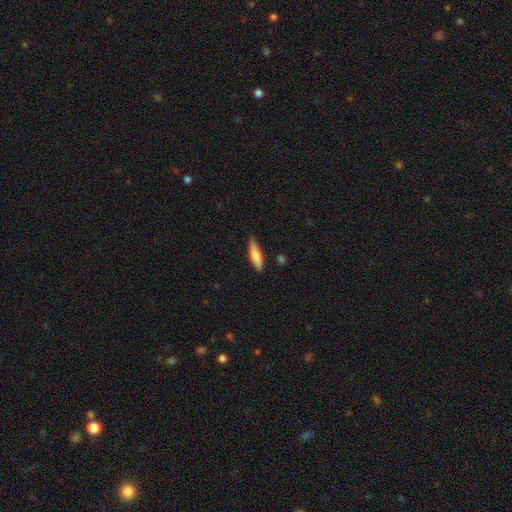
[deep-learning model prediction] Smooth or featured? Predicted: smooth (p=0.75). How rounded? Predicted: cigar-shaped (p=0.80). Merging? Predicted: none (p=0.81).